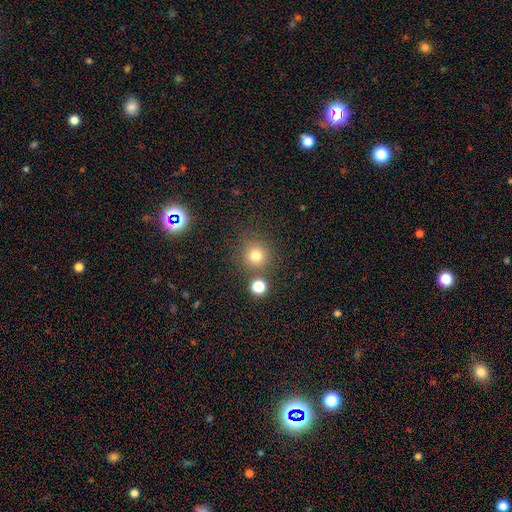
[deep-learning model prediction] smooth_or_featured: smooth (p=0.77) [alt: star or artifact p=0.16]
how_rounded: round (p=0.93) [alt: in between p=0.06]
merging: none (p=0.77) [alt: merger p=0.10]